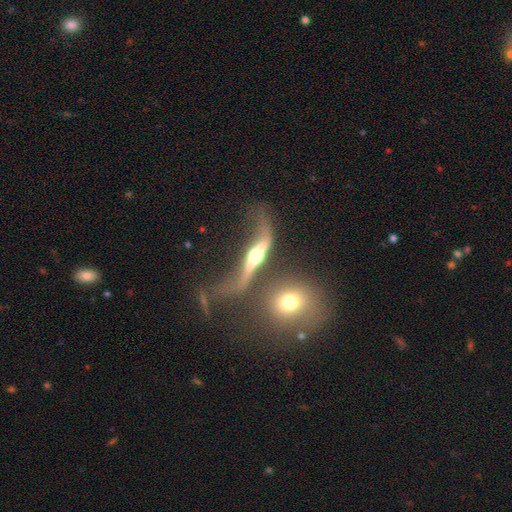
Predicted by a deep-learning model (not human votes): Q: Smooth or featured?
A: featured or disk (81%); runner-up: smooth (12%)
Q: Edge-on disk?
A: yes (63%); runner-up: no (37%)
Q: Edge-on bulge?
A: rounded (91%); runner-up: boxy (5%)
Q: Merging?
A: none (34%); runner-up: merger (25%)